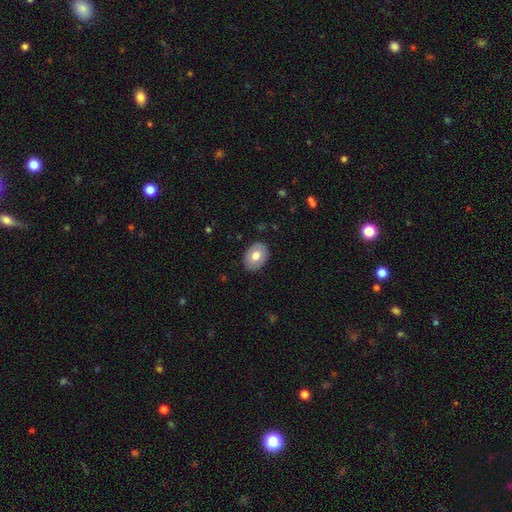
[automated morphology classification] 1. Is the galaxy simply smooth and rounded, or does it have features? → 71% smooth, 23% featured or disk, 6% star or artifact.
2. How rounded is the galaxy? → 75% in between, 24% round, 1% cigar-shaped.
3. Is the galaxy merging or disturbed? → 87% none, 10% minor disturbance, 2% major disturbance, 1% merger.